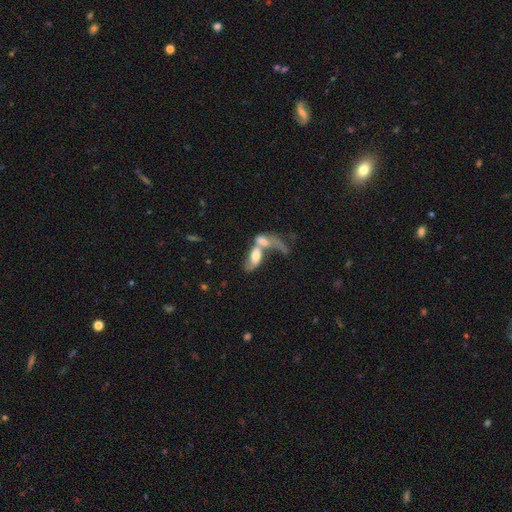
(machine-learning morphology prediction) smooth 47%, featured or disk 45%, star or artifact 8%. Down the decision tree: merging — merger (73%).